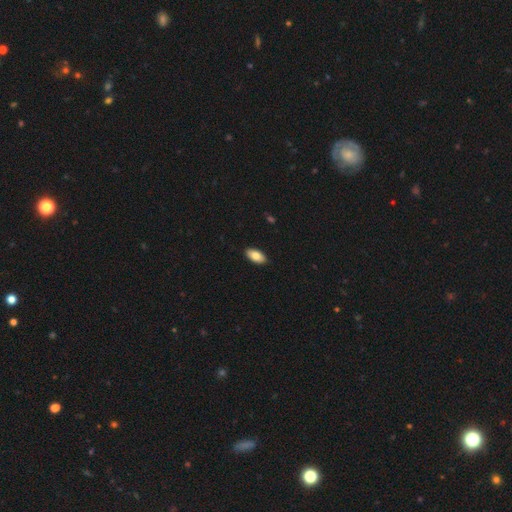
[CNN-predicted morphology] Smooth or featured? smooth (83%)
How rounded? in between (93%)
Merging? none (90%)